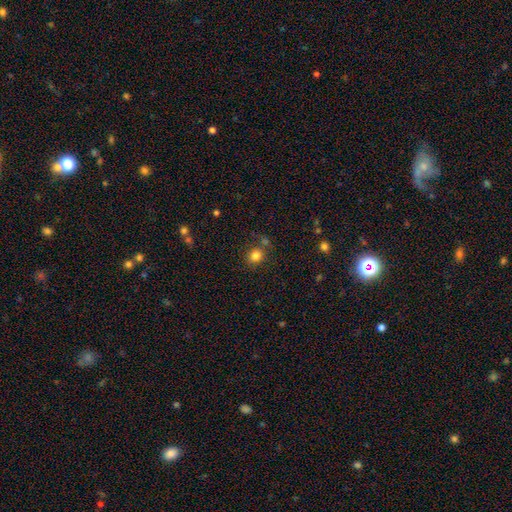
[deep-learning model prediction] Overall: smooth (82%). How rounded: round (81%). Merging: none (75%).